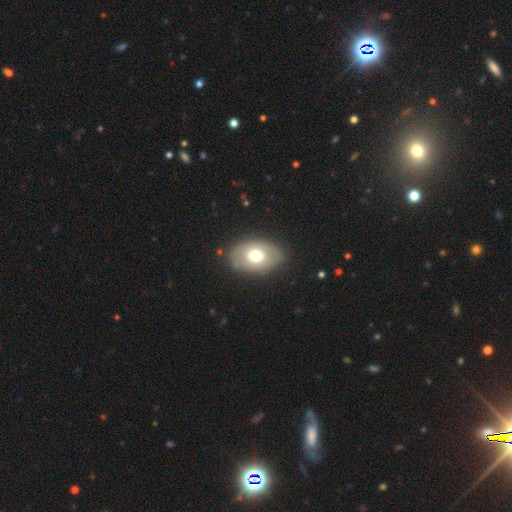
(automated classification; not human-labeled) Smooth or featured? Predicted: smooth (p=0.65). How rounded? Predicted: in between (p=0.85). Merging? Predicted: none (p=0.84).